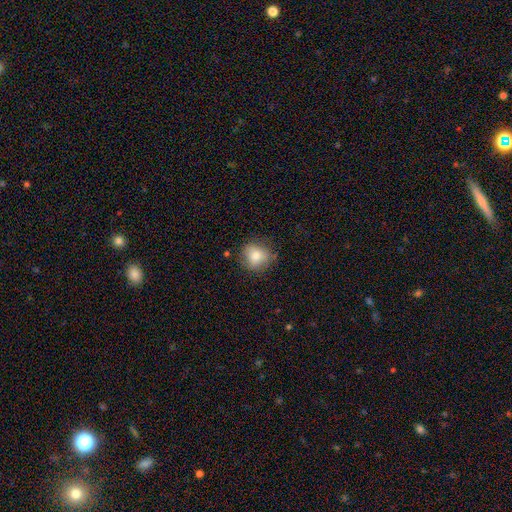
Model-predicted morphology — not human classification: Smooth or featured?
  - smooth: 80% *
  - featured or disk: 11%
  - star or artifact: 9%
How rounded?
  - round: 77% *
  - in between: 21%
  - cigar-shaped: 1%
Merging?
  - none: 75% *
  - minor disturbance: 18%
  - major disturbance: 5%
  - merger: 2%